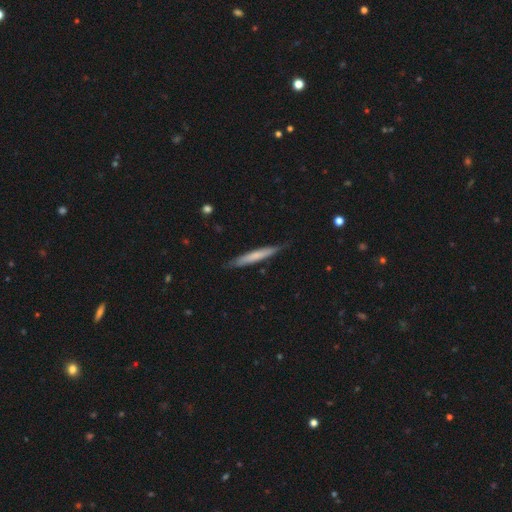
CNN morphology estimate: A smooth galaxy with no disk features (63%) that is cigar-shaped (95%). Merging: none (83%).